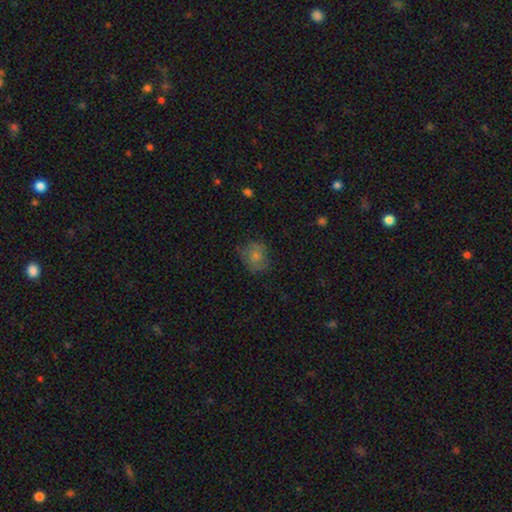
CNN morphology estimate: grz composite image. It shows a smooth galaxy with no disk features (64%) that is round (66%). Merging: none (71%).